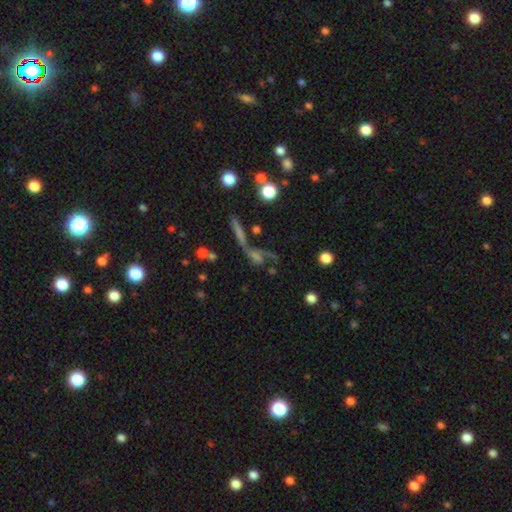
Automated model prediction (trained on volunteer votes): smooth-or-featured: featured or disk: 48% | smooth: 30% | star or artifact: 23%
  merging: none: 43% | merger: 26% | major disturbance: 18% | minor disturbance: 13%